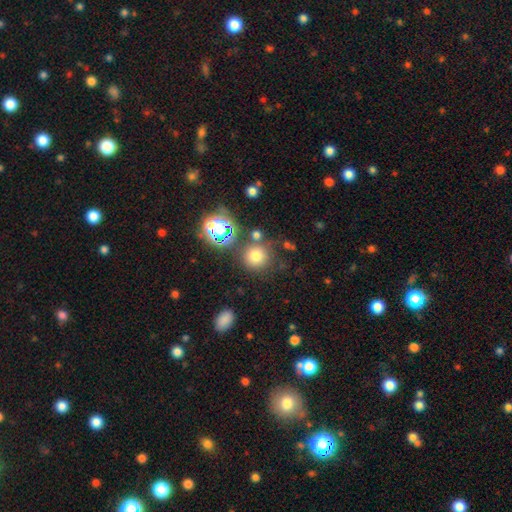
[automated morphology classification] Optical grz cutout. It shows a smooth galaxy with no disk features (69%) that is round (92%). Merging: none (75%).